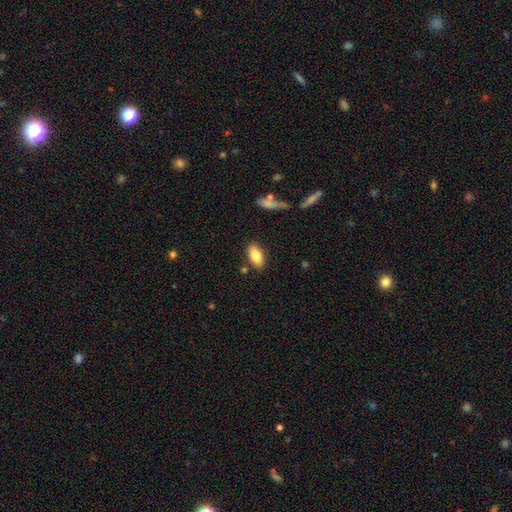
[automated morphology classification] Smooth or featured: smooth — 80% (featured or disk — 12%)
How rounded: in between — 88% (cigar-shaped — 9%)
Merging: none — 82% (minor disturbance — 11%)